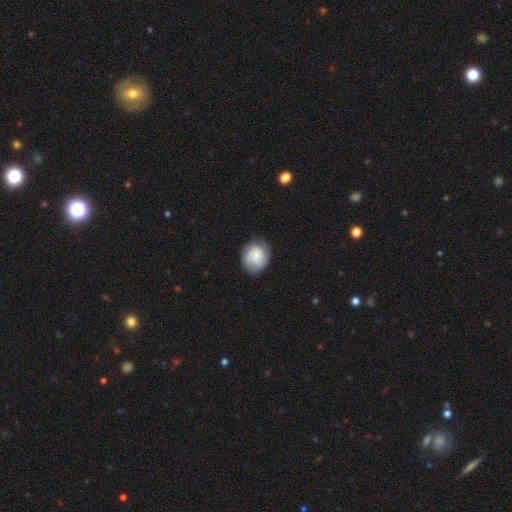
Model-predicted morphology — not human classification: smooth-or-featured: featured or disk: 47% | smooth: 46% | star or artifact: 7%
  merging: none: 75% | minor disturbance: 18% | major disturbance: 6% | merger: 1%